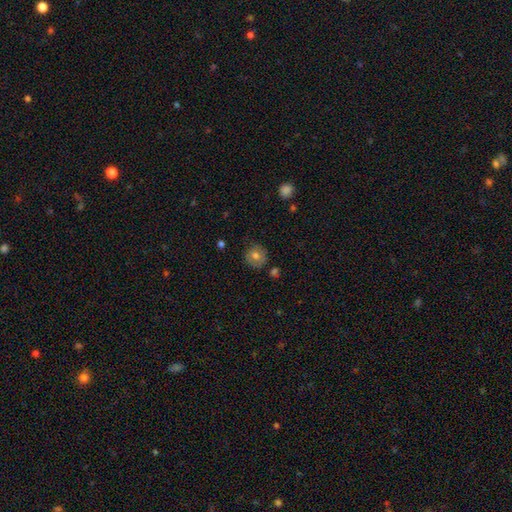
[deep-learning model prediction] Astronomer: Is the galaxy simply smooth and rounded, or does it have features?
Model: smooth — 71%.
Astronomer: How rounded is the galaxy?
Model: round — 91%.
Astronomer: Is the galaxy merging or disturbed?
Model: none — 83%.